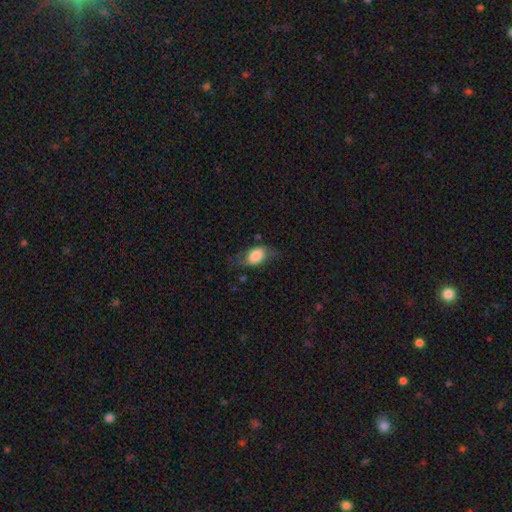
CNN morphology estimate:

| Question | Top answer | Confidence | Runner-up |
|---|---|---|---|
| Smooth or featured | smooth | 74% | featured or disk (19%) |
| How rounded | in between | 85% | round (12%) |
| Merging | none | 52% | minor disturbance (29%) |